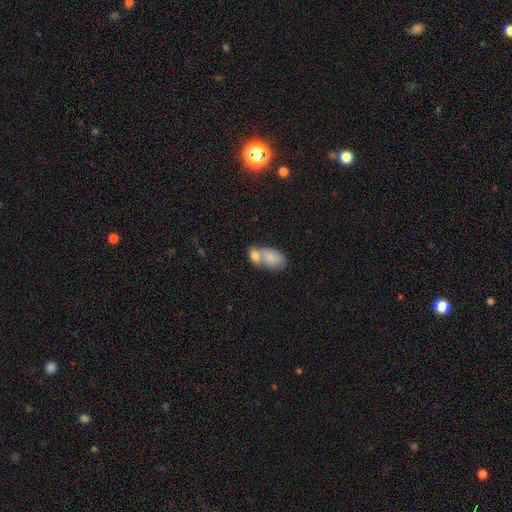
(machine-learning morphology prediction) Smooth or featured? smooth (78%)
How rounded? in between (87%)
Merging? merger (69%)